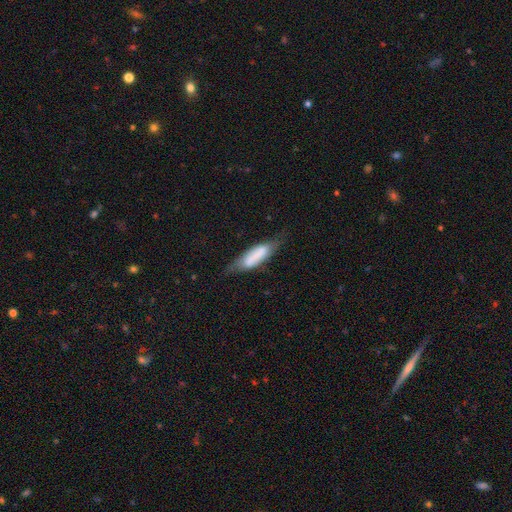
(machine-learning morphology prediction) Q: Smooth or featured?
A: smooth (63%); runner-up: featured or disk (30%)
Q: How rounded?
A: cigar-shaped (53%); runner-up: in between (45%)
Q: Merging?
A: none (55%); runner-up: minor disturbance (30%)